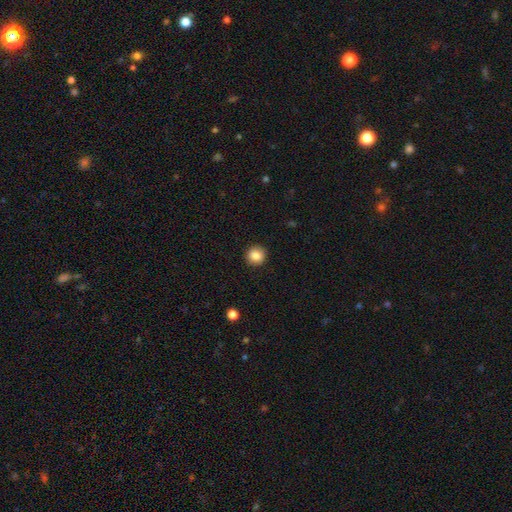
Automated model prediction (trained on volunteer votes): The model was most divided on "smooth or featured": smooth: 87%, star or artifact: 9%, featured or disk: 4%. More confident: how rounded — round (91%); merging — none (91%).